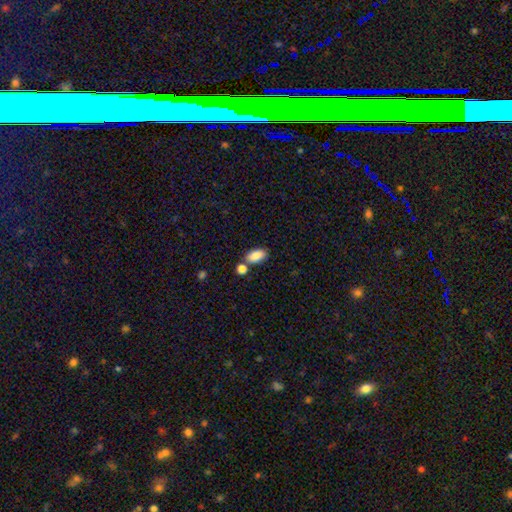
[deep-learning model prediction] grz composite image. It shows a smooth galaxy with no disk features (88%) that is in between round and cigar-shaped (93%). Merging: none (64%).